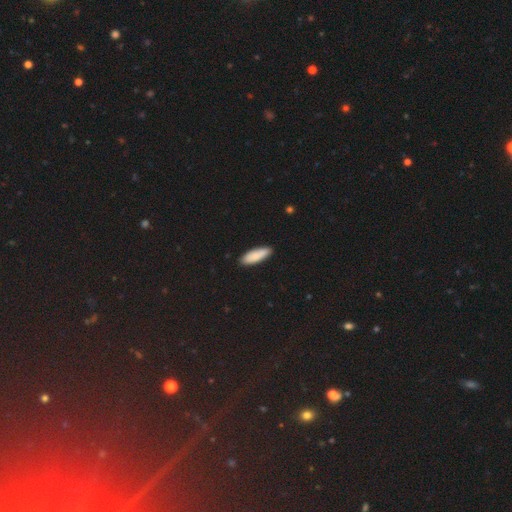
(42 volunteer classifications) Smooth or featured? 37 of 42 (88%) said smooth. How rounded? 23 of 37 (62%) said in between. Merging? 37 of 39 (95%) said none.